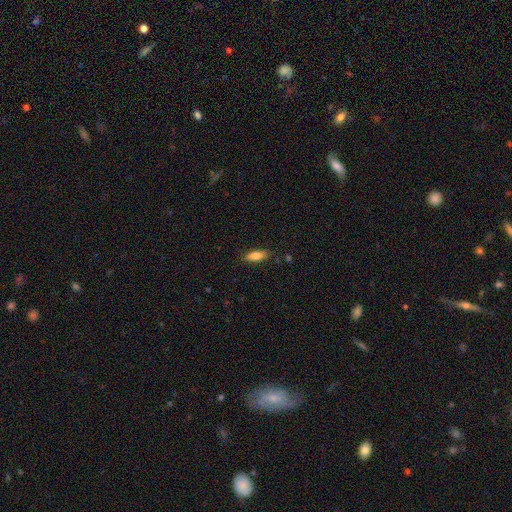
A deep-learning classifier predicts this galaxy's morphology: smooth 82%, featured or disk 11%, star or artifact 7%. Down the decision tree: how rounded — in between (64%); merging — none (85%).